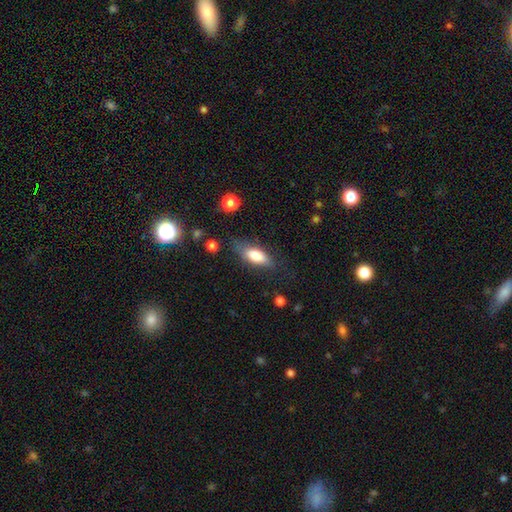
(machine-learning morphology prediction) A smooth galaxy with no disk features (76%) that is in between round and cigar-shaped (76%).

Vote fractions:
- Smooth or featured? smooth: 76% / featured or disk: 17% / star or artifact: 7%
- How rounded? in between: 76% / cigar-shaped: 21% / round: 3%
- Merging? none: 69% / minor disturbance: 21% / major disturbance: 7% / merger: 2%